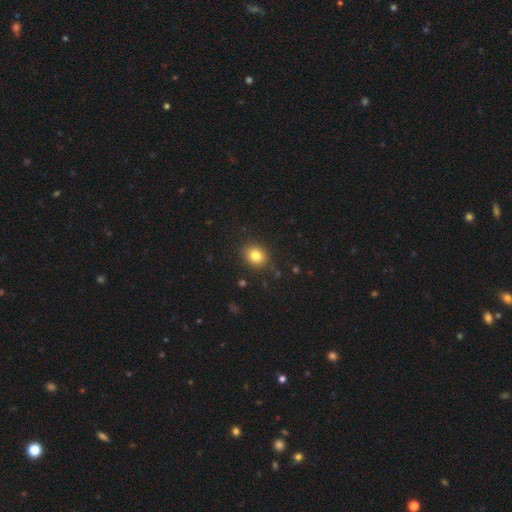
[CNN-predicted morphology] smooth_or_featured: smooth (p=0.82) [alt: star or artifact p=0.10]
how_rounded: round (p=0.55) [alt: in between p=0.44]
merging: none (p=0.88) [alt: minor disturbance p=0.09]